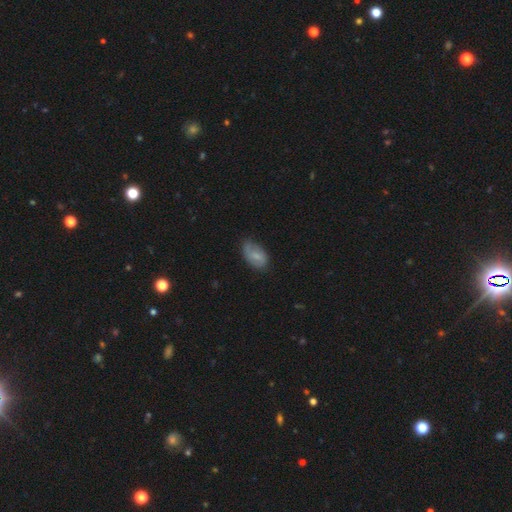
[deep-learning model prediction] Smooth or featured? Predicted: smooth (p=0.67). How rounded? Predicted: in between (p=0.92). Merging? Predicted: none (p=0.61).